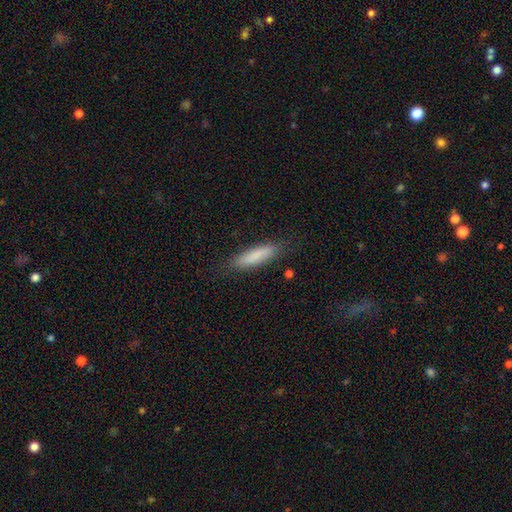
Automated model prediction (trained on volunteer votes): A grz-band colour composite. It shows a smooth galaxy with no disk features (81%) that is cigar-shaped (77%). Merging: none (83%).